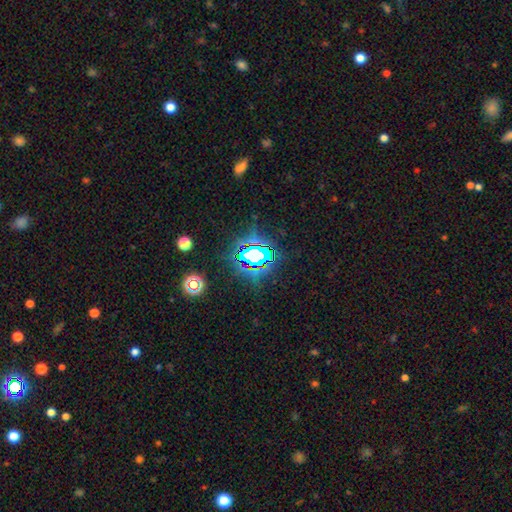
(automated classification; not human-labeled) Smooth or featured? Predicted: star or artifact (p=0.78).